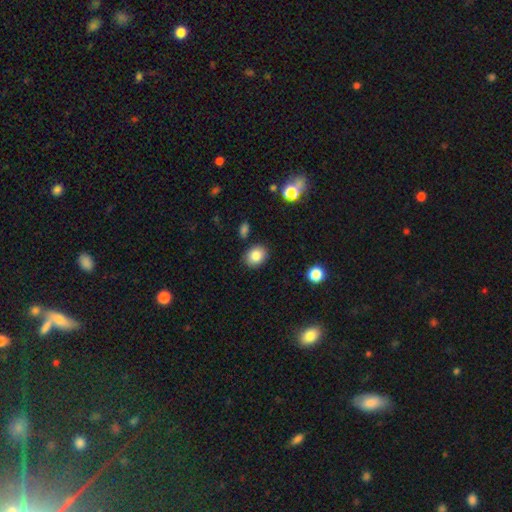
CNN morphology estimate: Smooth or featured: smooth — 82% (star or artifact — 10%)
How rounded: round — 50% (in between — 49%)
Merging: none — 87% (minor disturbance — 9%)